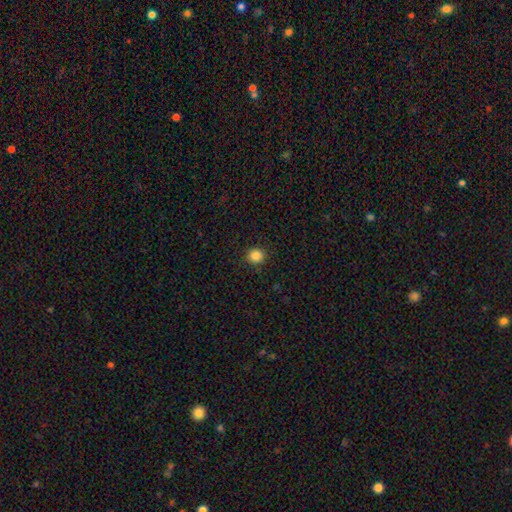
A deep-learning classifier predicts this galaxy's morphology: type=smooth (86%); roundness=round (87%); merging=none (91%).